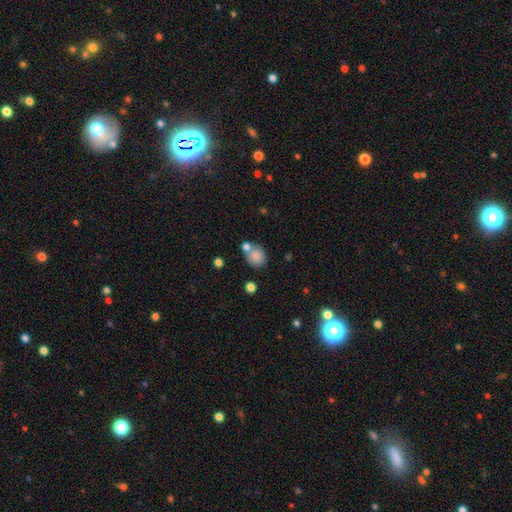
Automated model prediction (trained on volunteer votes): Morphology: type=smooth (84%); roundness=round (77%); merging=none (57%).